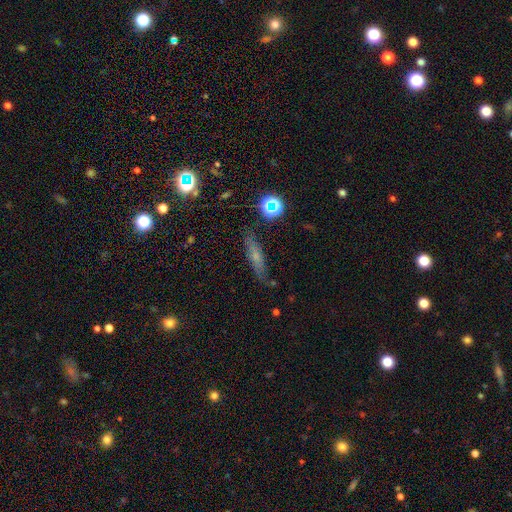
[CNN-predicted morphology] Overall: smooth (48%; featured or disk 36%). Merging: none (78%).